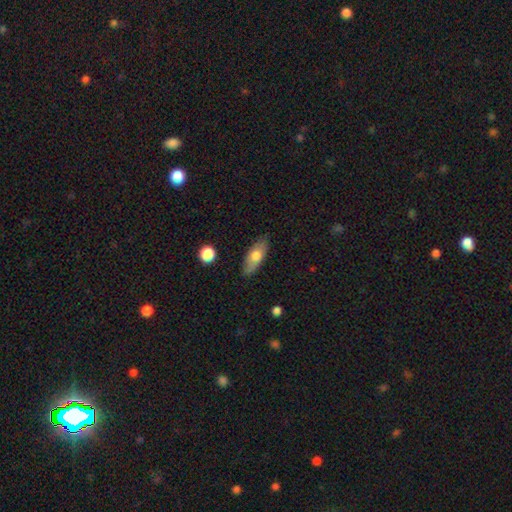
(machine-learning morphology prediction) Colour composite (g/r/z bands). It shows a smooth galaxy with no disk features (67%) that is in between round and cigar-shaped (75%). Merging: none (82%).